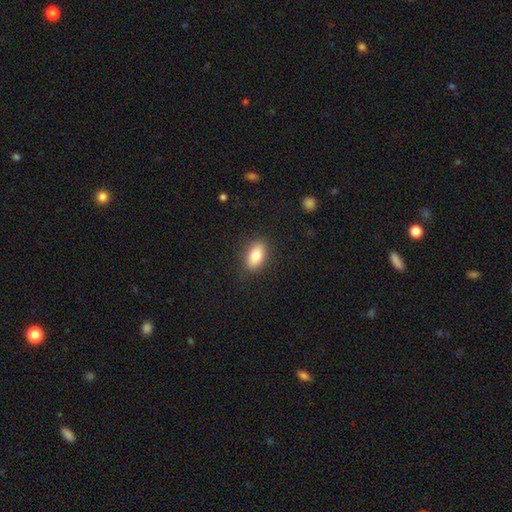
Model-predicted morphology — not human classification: This is clearly a smooth galaxy (81%). How rounded: clearly in between (87%). Merging: clearly none (87%).